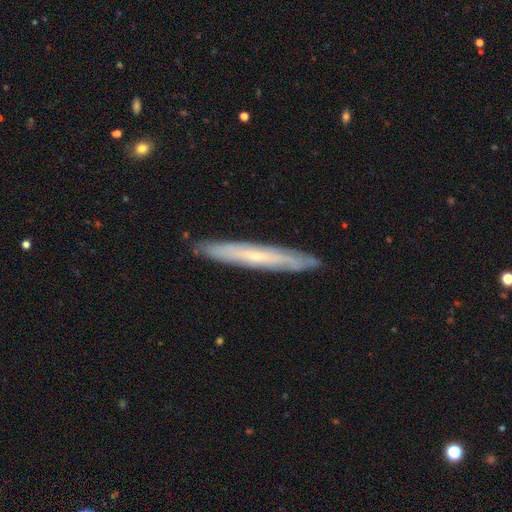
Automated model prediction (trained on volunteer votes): Smooth or featured?
  - featured or disk: 59% *
  - smooth: 35%
  - star or artifact: 6%
Edge-on disk?
  - yes: 82% *
  - no: 18%
Merging?
  - none: 88% *
  - minor disturbance: 9%
  - major disturbance: 1%
  - merger: 1%